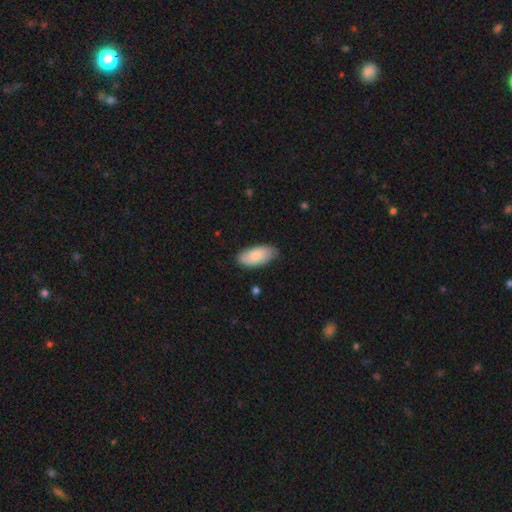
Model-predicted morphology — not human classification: This is clearly a smooth galaxy (84%). How rounded: clearly in between (92%). Merging: likely none (77%).